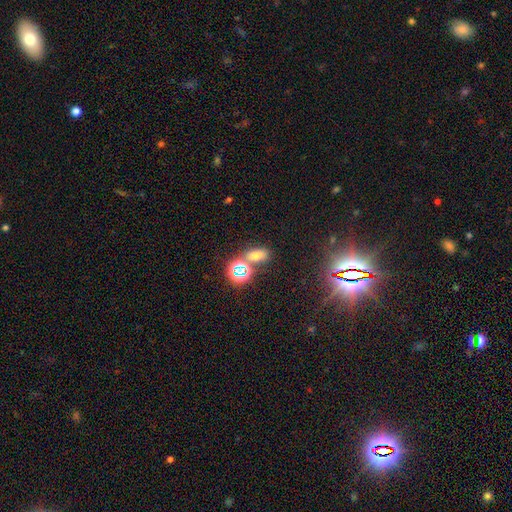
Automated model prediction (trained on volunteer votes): Smooth or featured? Predicted: smooth (p=0.60). How rounded? Predicted: in between (p=0.77). Merging? Predicted: none (p=0.66).